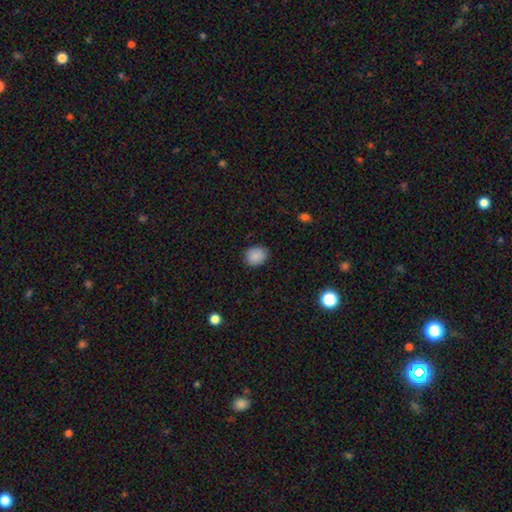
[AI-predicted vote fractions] This appears to be a smooth galaxy with no disk features (87%) that is round (63%). Merging: none (86%).